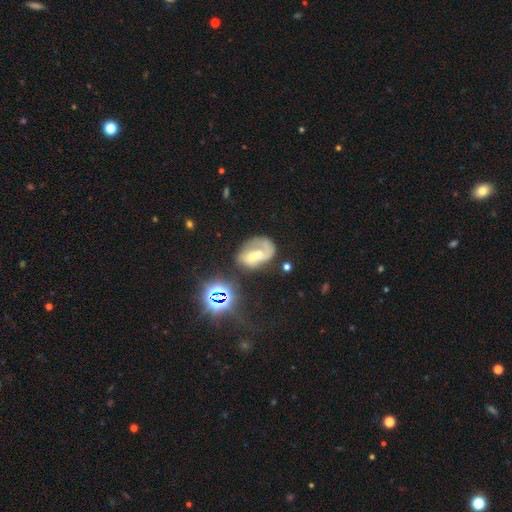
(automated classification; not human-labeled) A featured or disk galaxy (59%) with no bar (56%), spiral arms (70%) and a moderate central bulge (40%).

Vote fractions:
- Smooth or featured? featured or disk: 59% / smooth: 27% / star or artifact: 14%
- Edge-on disk? no: 97% / yes: 3%
- Bar? no: 56% / weak: 33% / strong: 11%
- Spiral arms? yes: 70% / no: 30%
- Bulge size? moderate: 40% / small: 35% / none: 15% / large: 8% / dominant: 2%
- Merging? none: 33% / major disturbance: 27% / merger: 20% / minor disturbance: 20%